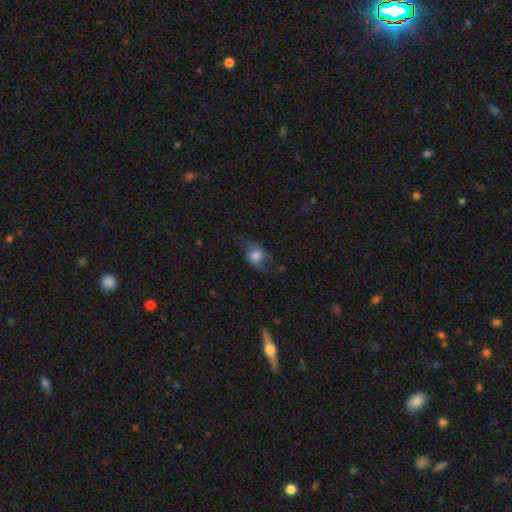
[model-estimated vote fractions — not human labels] Overall: smooth (57%; featured or disk 32%). How rounded: in between (58%; round 39%). Merging: none (57%; minor disturbance 24%).